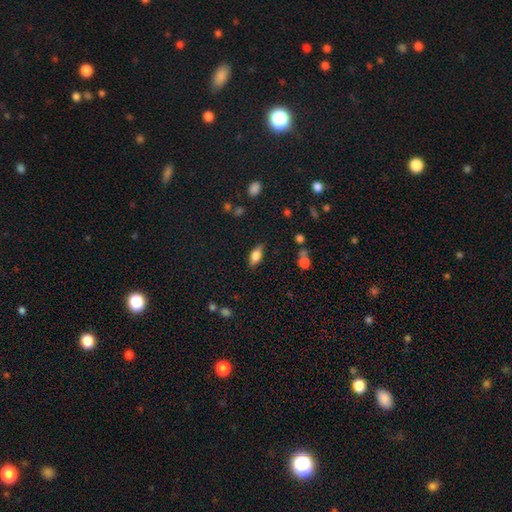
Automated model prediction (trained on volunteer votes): smooth-or-featured: smooth: 66% | featured or disk: 25% | star or artifact: 8%
  how-rounded: in between: 81% | cigar-shaped: 14% | round: 5%
  merging: none: 80% | minor disturbance: 14% | major disturbance: 4% | merger: 2%